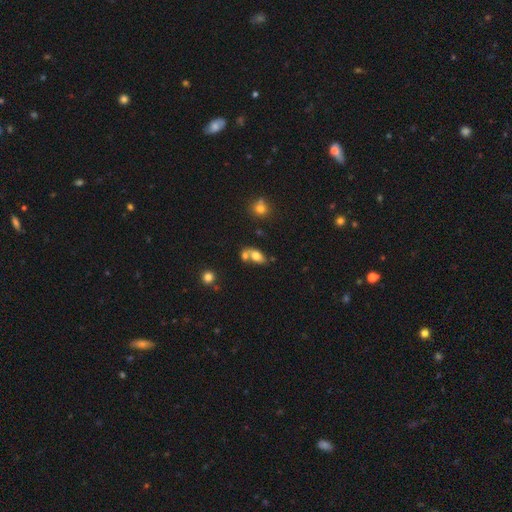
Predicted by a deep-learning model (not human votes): Overall: smooth (72%). How rounded: in between (85%). Merging: merger (41%, tied with none).